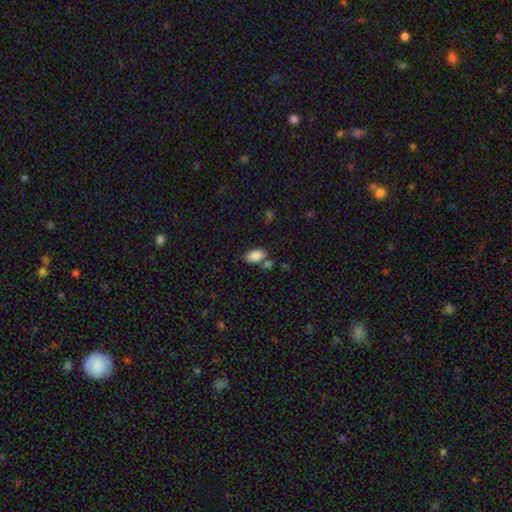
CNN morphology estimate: A smooth galaxy with no disk features (86%) that is in between round and cigar-shaped (93%).

Vote fractions:
- Smooth or featured? smooth: 86% / star or artifact: 8% / featured or disk: 6%
- How rounded? in between: 93% / round: 4% / cigar-shaped: 3%
- Merging? none: 61% / merger: 21% / minor disturbance: 14% / major disturbance: 4%